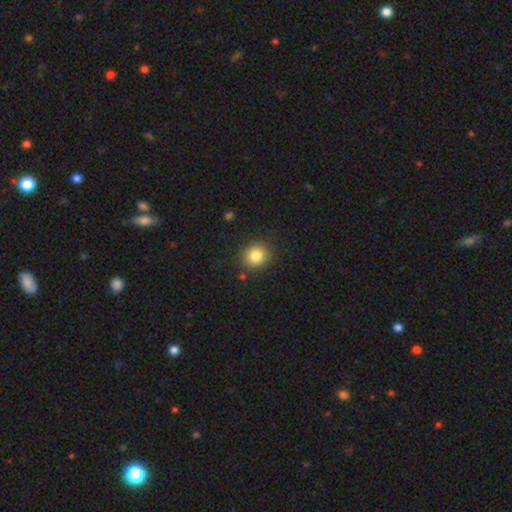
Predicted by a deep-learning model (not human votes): Overall: smooth (82%). How rounded: round (83%). Merging: none (87%).